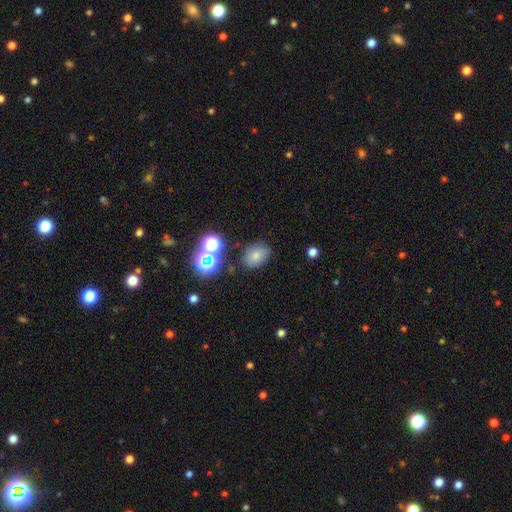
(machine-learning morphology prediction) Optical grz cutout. It shows a smooth galaxy with no disk features (73%) that is in between round and cigar-shaped (70%). Merging: none (78%).